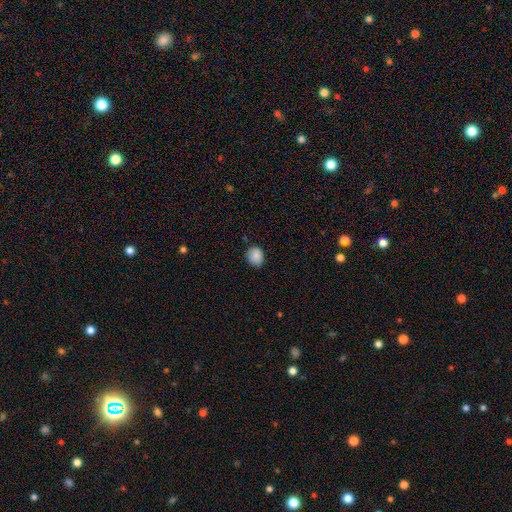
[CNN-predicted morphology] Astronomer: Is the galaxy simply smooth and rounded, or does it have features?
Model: smooth — 87%.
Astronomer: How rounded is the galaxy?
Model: round — 68%.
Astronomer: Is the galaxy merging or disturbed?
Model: none — 78%.